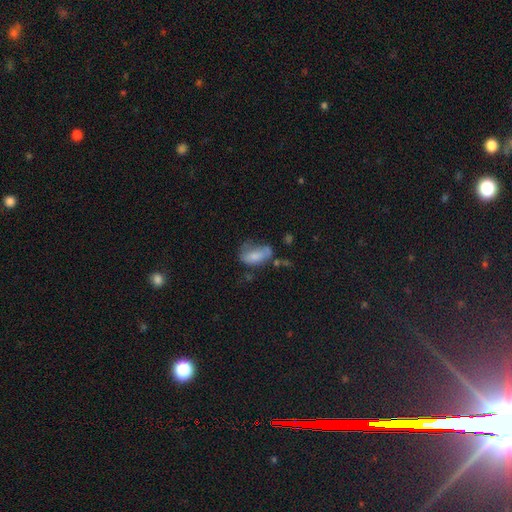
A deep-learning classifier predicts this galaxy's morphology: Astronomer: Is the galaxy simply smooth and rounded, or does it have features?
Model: smooth — 70%.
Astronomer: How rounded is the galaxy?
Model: in between — 90%.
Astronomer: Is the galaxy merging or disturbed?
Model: none — 30%, tied with minor disturbance at 30%.